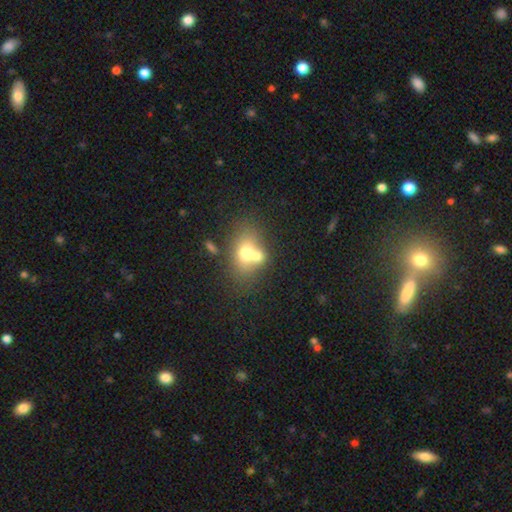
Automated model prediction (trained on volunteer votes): The model was most divided on "how rounded": in between: 60%, round: 38%, cigar-shaped: 2%. More confident: smooth or featured — smooth (65%); merging — merger (58%).